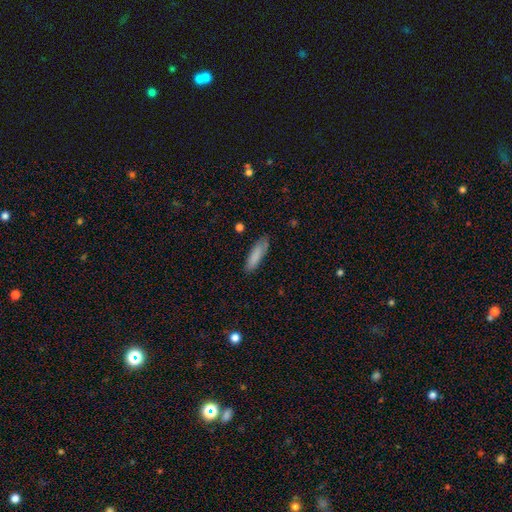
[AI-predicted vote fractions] Morphology: type=smooth (84%); roundness=cigar-shaped (59%); merging=none (78%).